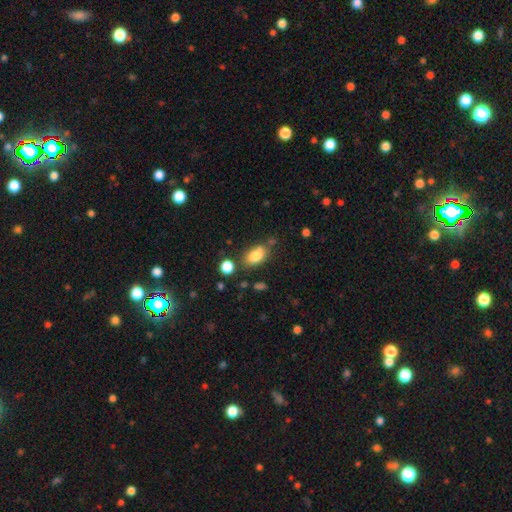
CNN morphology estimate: Smooth or featured? Predicted: smooth (p=0.83). How rounded? Predicted: in between (p=0.87). Merging? Predicted: none (p=0.68).